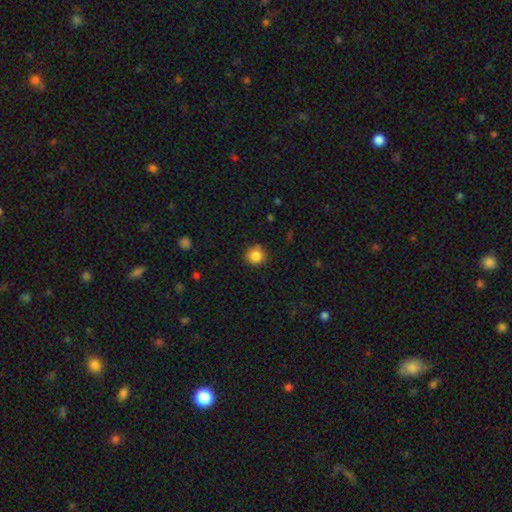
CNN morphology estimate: type=smooth (86%); roundness=round (93%); merging=none (87%).